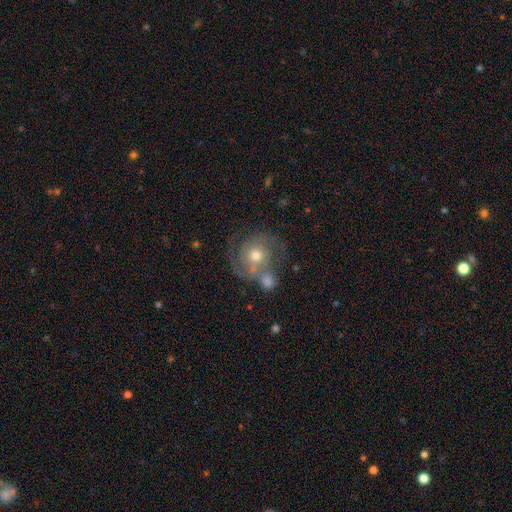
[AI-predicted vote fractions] The model was most divided on "spiral winding": tight: 52%, medium: 37%, loose: 11%. More confident: edge-on disk — no (97%); spiral arms — yes (87%); bar — no (76%); smooth or featured — featured or disk (71%); bulge size — moderate (69%); spiral arm count — 2 (54%); merging — none (53%).